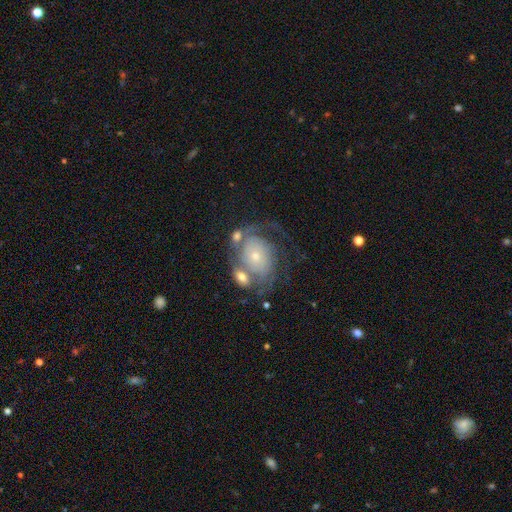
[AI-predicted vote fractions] A featured or disk galaxy (76%) with no bar (77%), 2 (48%) tight (47%) spiral arms (90%) and a small central bulge (66%).

Vote fractions:
- Smooth or featured? featured or disk: 76% / smooth: 17% / star or artifact: 7%
- Edge-on disk? no: 97% / yes: 3%
- Bar? no: 77% / weak: 18% / strong: 4%
- Spiral arms? yes: 90% / no: 10%
- Spiral winding? tight: 47% / medium: 35% / loose: 18%
- Spiral arm count? 2: 48% / can't tell: 24% / 3: 11% / 1: 9% / 4: 4% / more than 4: 3%
- Bulge size? small: 66% / moderate: 27% / large: 4% / none: 2% / dominant: 2%
- Merging? none: 42% / merger: 21% / major disturbance: 21% / minor disturbance: 17%